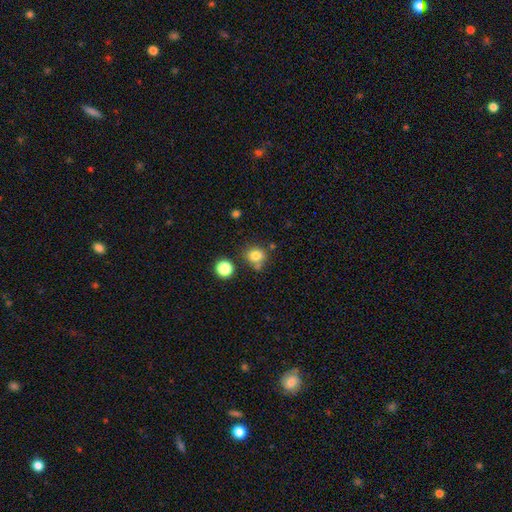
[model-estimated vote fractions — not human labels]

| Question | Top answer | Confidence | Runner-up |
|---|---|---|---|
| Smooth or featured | smooth | 80% | star or artifact (13%) |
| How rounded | round | 78% | in between (21%) |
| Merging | none | 65% | minor disturbance (16%) |